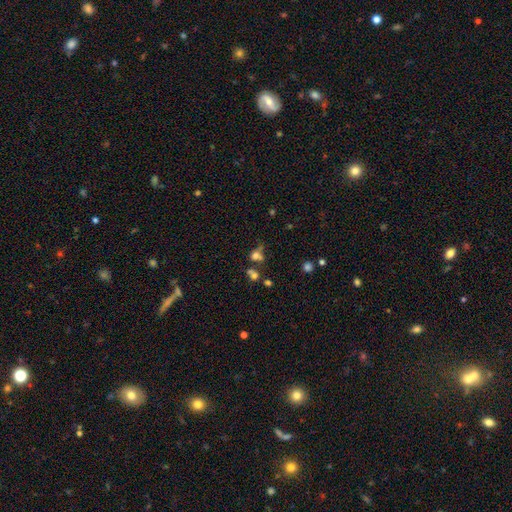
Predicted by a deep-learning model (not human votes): Smooth or featured: smooth — 63% (star or artifact — 20%)
How rounded: round — 65% (in between — 32%)
Merging: none — 37% (merger — 36%)